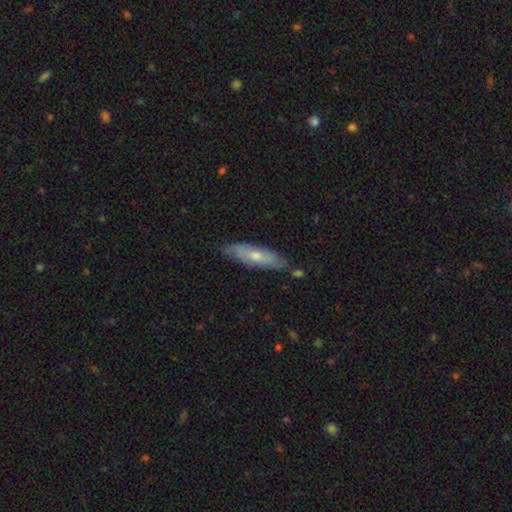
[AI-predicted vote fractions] Q: Smooth or featured?
A: smooth (54%); runner-up: featured or disk (40%)
Q: How rounded?
A: cigar-shaped (64%); runner-up: in between (34%)
Q: Merging?
A: none (78%); runner-up: minor disturbance (17%)